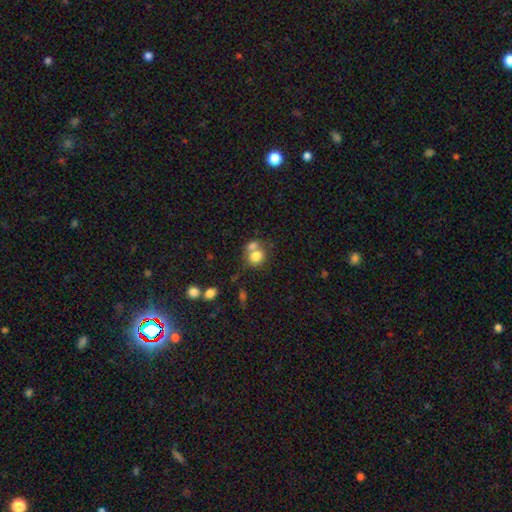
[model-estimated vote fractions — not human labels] This appears to be a smooth galaxy with no disk features (76%) that is round (68%). Merging: merger (49%).